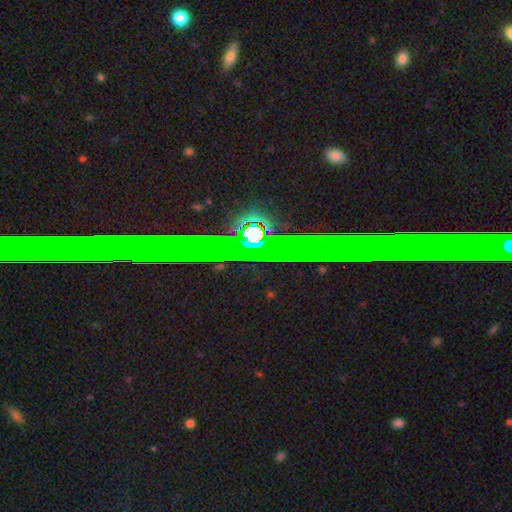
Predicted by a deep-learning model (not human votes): The model was most divided on "smooth or featured": star or artifact: 69%, featured or disk: 20%, smooth: 11%.